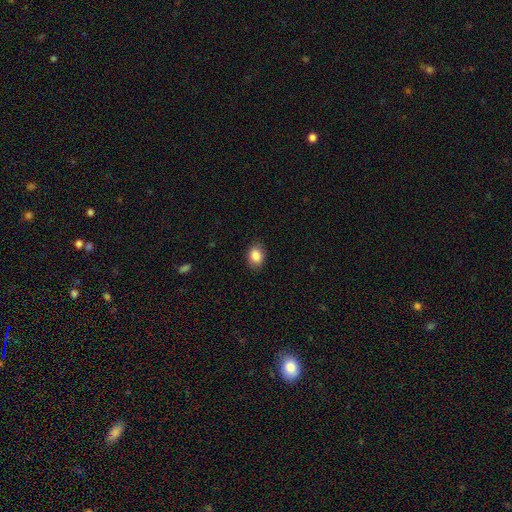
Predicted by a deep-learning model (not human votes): This appears to be a smooth galaxy with no disk features (87%) that is in between round and cigar-shaped (68%). Merging: none (85%).